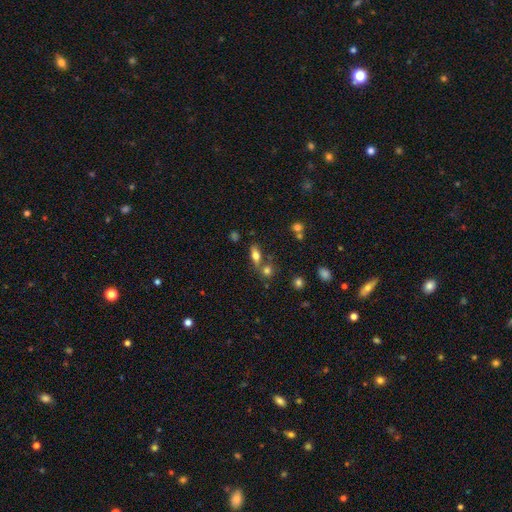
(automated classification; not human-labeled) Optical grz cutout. It shows a smooth galaxy with no disk features (66%) that is in between round and cigar-shaped (70%). Merging: none (57%).